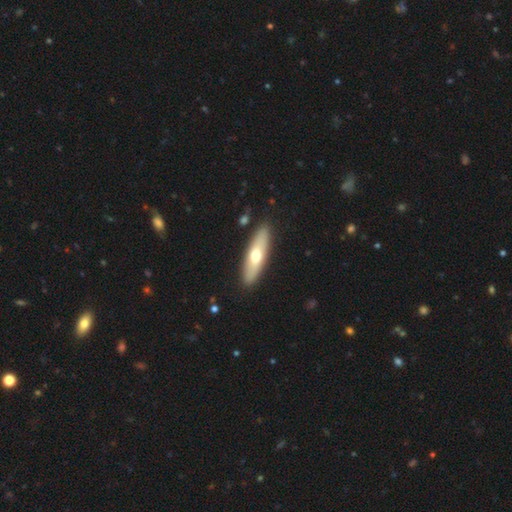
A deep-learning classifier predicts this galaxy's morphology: Q: Smooth or featured?
A: smooth (55%); runner-up: featured or disk (40%)
Q: How rounded?
A: cigar-shaped (62%); runner-up: in between (36%)
Q: Merging?
A: none (89%); runner-up: minor disturbance (8%)